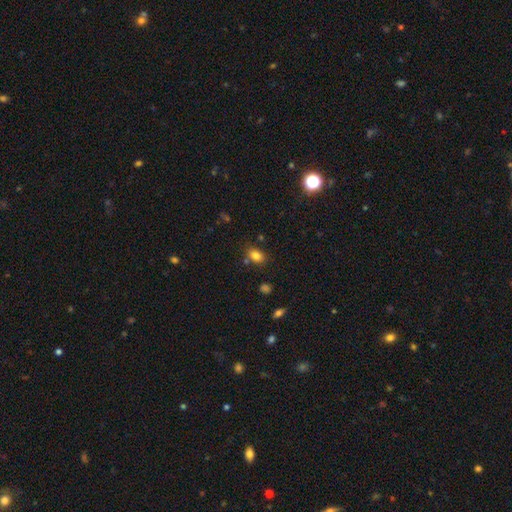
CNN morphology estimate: A smooth galaxy with no disk features (82%) that is in between round and cigar-shaped (74%). Merging: none (75%).